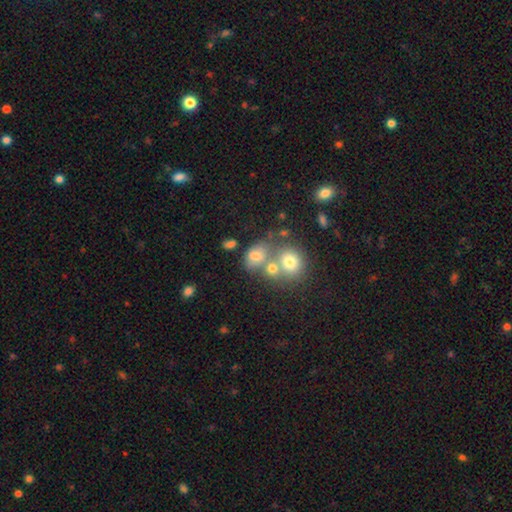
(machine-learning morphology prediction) type=smooth (70%); roundness=in between (56%); merging=merger (42%).